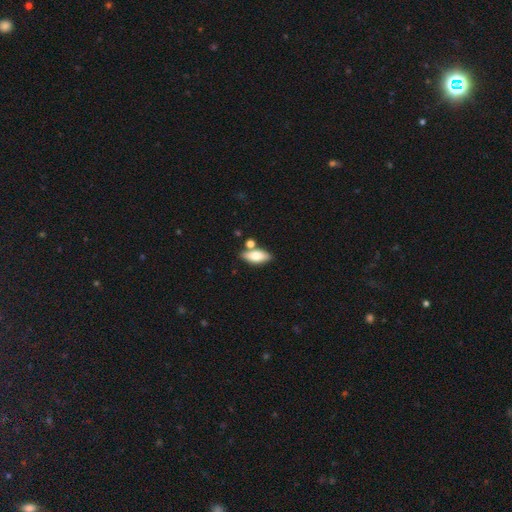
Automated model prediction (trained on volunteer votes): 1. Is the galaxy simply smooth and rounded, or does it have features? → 71% smooth, 22% featured or disk, 7% star or artifact.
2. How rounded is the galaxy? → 82% in between, 14% cigar-shaped, 4% round.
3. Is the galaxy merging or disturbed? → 72% none, 13% merger, 12% minor disturbance, 3% major disturbance.